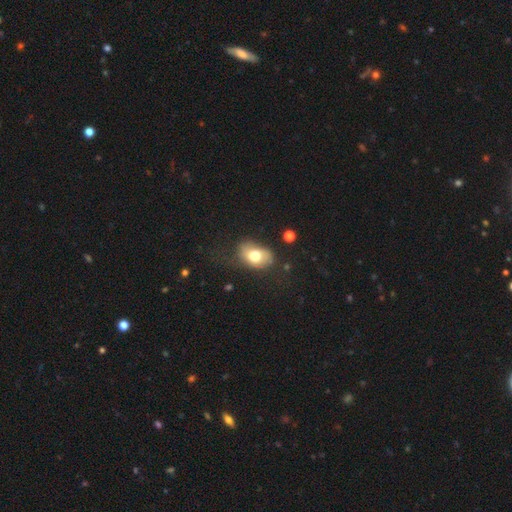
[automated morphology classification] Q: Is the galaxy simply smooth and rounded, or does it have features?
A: smooth — 71%.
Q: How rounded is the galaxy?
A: in between — 79%.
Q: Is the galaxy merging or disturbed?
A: none — 52%.